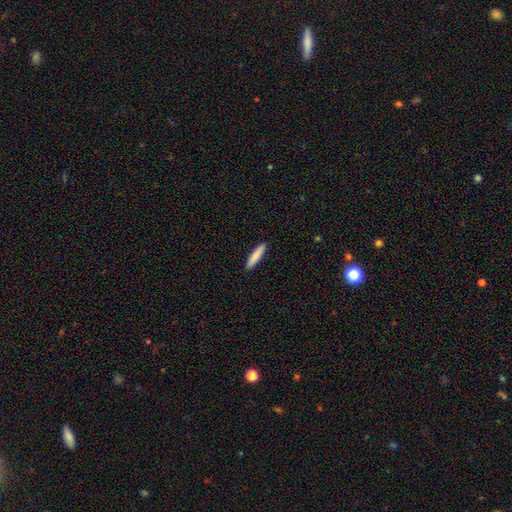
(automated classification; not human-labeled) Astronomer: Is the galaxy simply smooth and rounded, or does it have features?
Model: smooth — 86%.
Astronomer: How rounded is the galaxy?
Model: cigar-shaped — 87%.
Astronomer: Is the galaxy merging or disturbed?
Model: none — 92%.